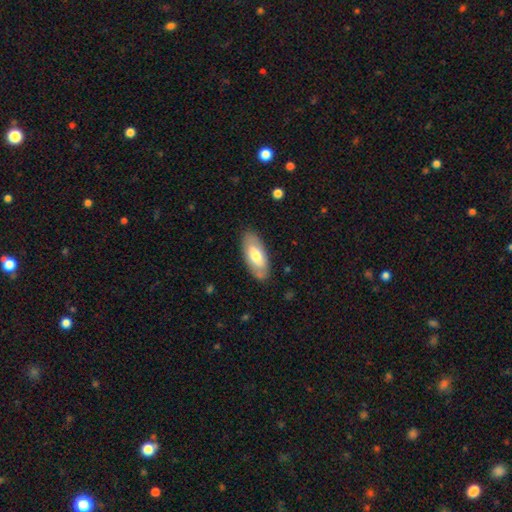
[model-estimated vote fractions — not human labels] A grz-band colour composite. It shows a smooth galaxy with no disk features (64%) that is in between round and cigar-shaped (87%). Merging: none (83%).